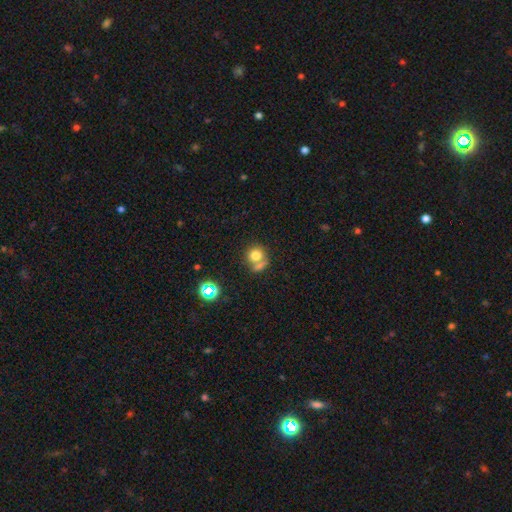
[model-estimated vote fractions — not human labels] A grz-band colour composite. It shows a smooth galaxy with no disk features (74%) that is round (82%). Merging: none (46%).